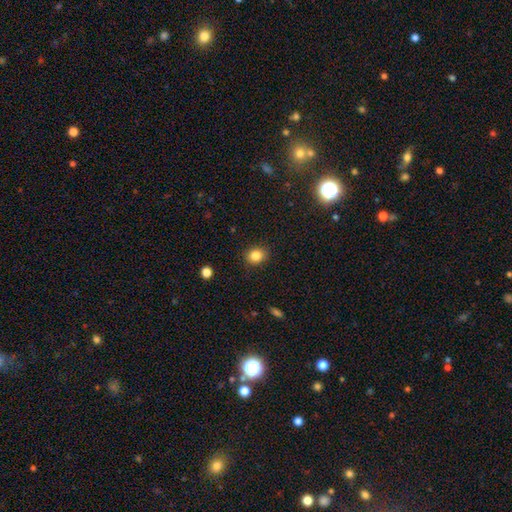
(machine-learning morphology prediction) smooth_or_featured: smooth (p=0.84) [alt: star or artifact p=0.11]
how_rounded: round (p=0.68) [alt: in between p=0.31]
merging: none (p=0.88) [alt: minor disturbance p=0.09]